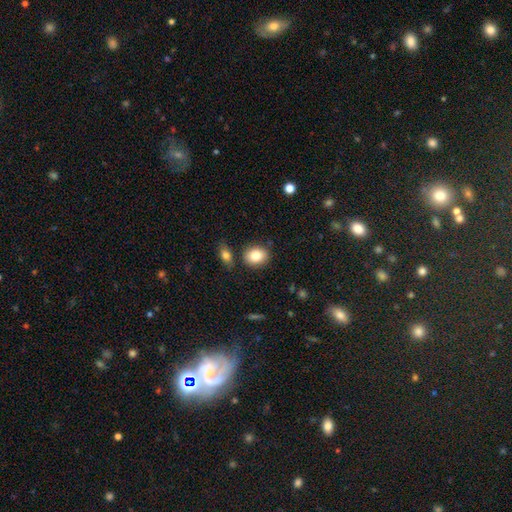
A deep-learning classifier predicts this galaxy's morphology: This appears to be a smooth galaxy with no disk features (84%) that is round (51%). Merging: none (80%).